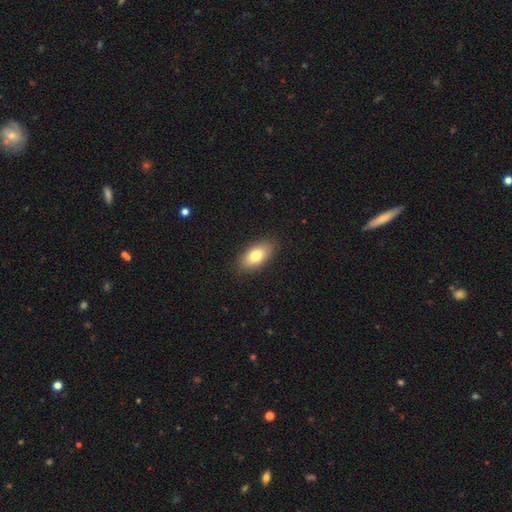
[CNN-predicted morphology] smooth-or-featured: smooth: 77% | featured or disk: 15% | star or artifact: 7%
  how-rounded: in between: 91% | round: 5% | cigar-shaped: 5%
  merging: none: 87% | minor disturbance: 10% | major disturbance: 2% | merger: 1%